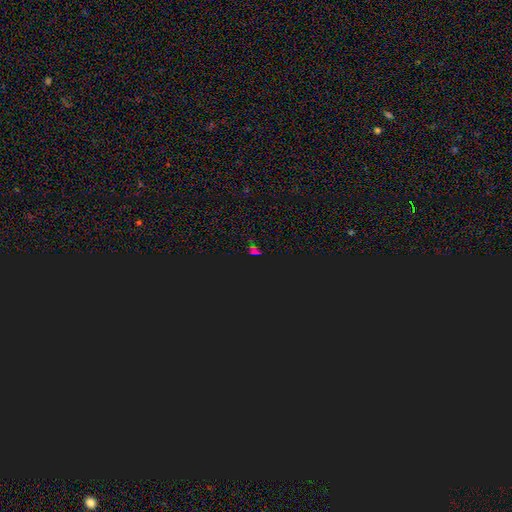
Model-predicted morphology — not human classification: Smooth or featured? Predicted: star or artifact (p=0.77).